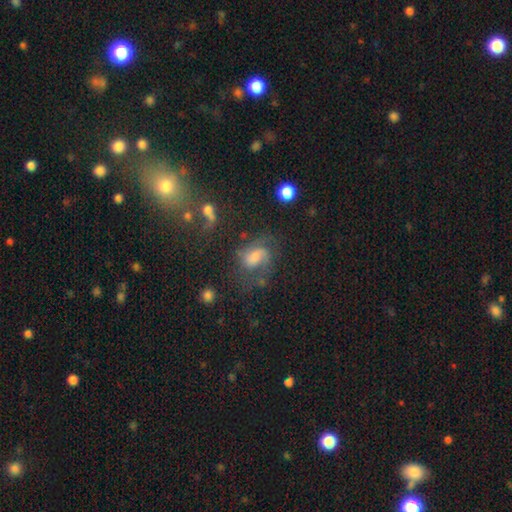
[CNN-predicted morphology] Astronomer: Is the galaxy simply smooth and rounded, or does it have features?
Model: featured or disk — 51% (runner-up: smooth, 33%).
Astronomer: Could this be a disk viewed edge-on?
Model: no — 96%.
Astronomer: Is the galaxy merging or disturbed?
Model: none — 47% (runner-up: major disturbance, 25%).